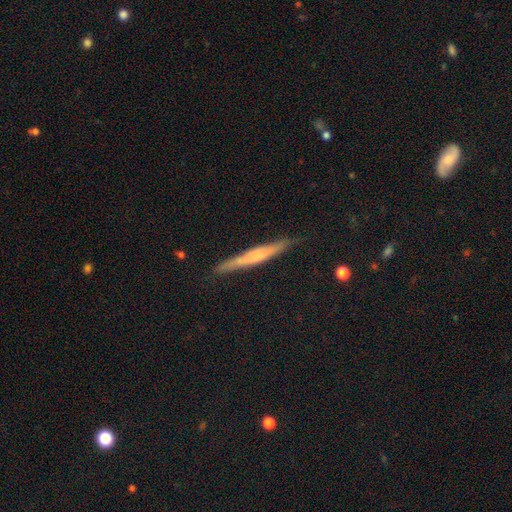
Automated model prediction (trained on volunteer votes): The model was most divided on "edge-on bulge": rounded: 45%, none: 41%, boxy: 14%. More confident: edge-on disk — yes (95%); merging — none (85%); smooth or featured — featured or disk (56%).